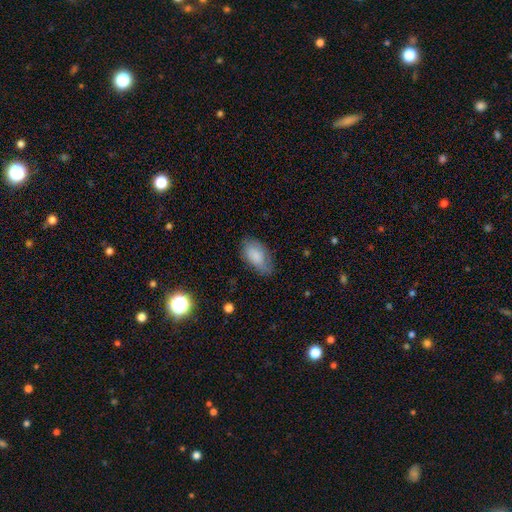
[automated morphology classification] smooth-or-featured: smooth: 83% | featured or disk: 11% | star or artifact: 7%
  how-rounded: in between: 94% | round: 4% | cigar-shaped: 2%
  merging: none: 66% | minor disturbance: 26% | major disturbance: 7% | merger: 1%